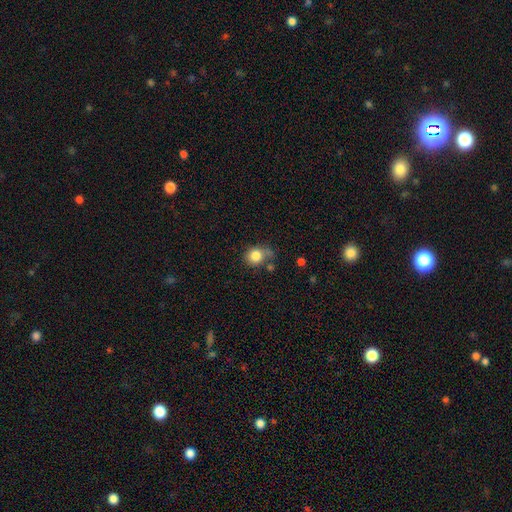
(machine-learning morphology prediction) smooth_or_featured: smooth (p=0.82) [alt: star or artifact p=0.10]
how_rounded: round (p=0.74) [alt: in between p=0.25]
merging: none (p=0.51) [alt: minor disturbance p=0.26]